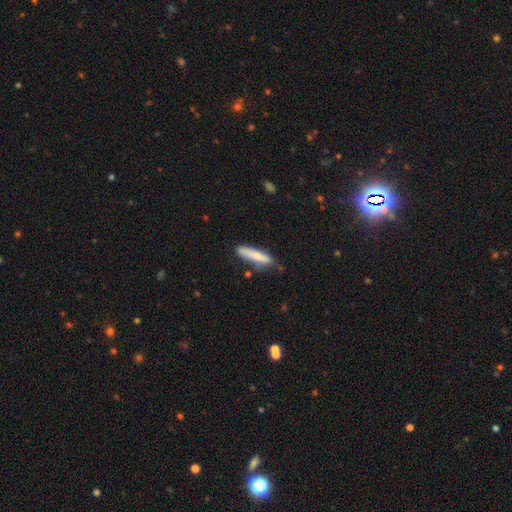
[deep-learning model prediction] Overall: smooth (74%). How rounded: cigar-shaped (83%). Merging: none (72%).